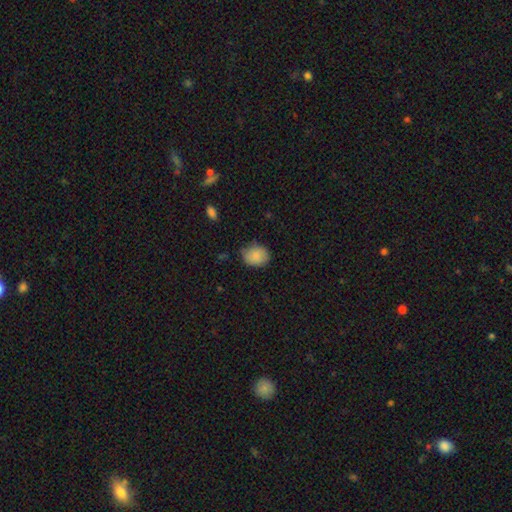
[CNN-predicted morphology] Smooth or featured?
  - smooth: 85% *
  - star or artifact: 8%
  - featured or disk: 7%
How rounded?
  - round: 51% *
  - in between: 48%
  - cigar-shaped: 1%
Merging?
  - none: 69% *
  - minor disturbance: 25%
  - major disturbance: 5%
  - merger: 2%